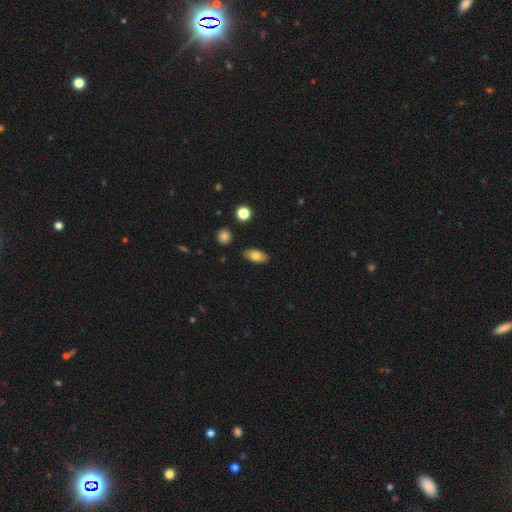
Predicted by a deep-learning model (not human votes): Overall: smooth (77%). How rounded: in between (89%). Merging: none (87%).